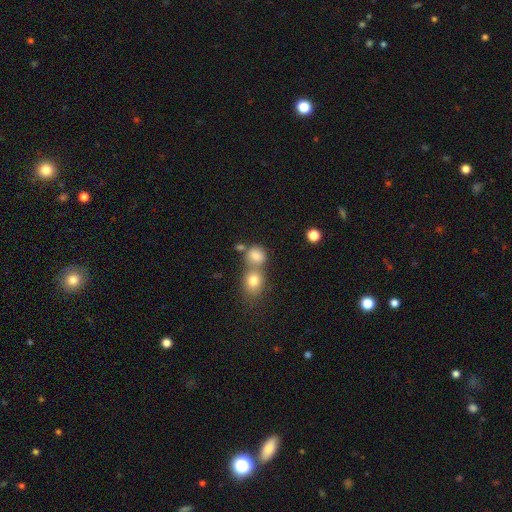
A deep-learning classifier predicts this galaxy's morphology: This is likely a smooth galaxy (78%). How rounded: likely round (70%). Merging: marginally merger (45%).